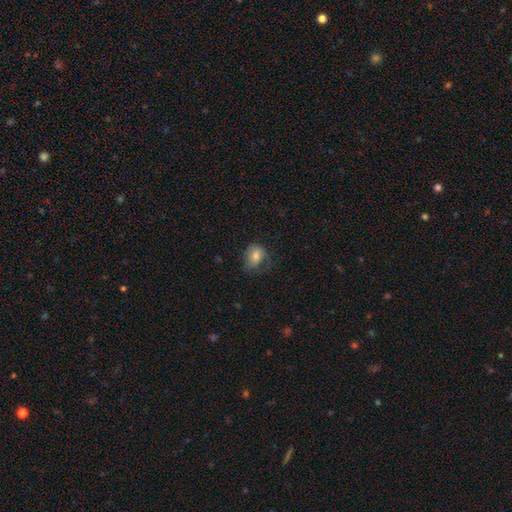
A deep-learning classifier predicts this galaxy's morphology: A smooth galaxy with no disk features (69%) that is in between round and cigar-shaped (57%). Merging: none (50%).